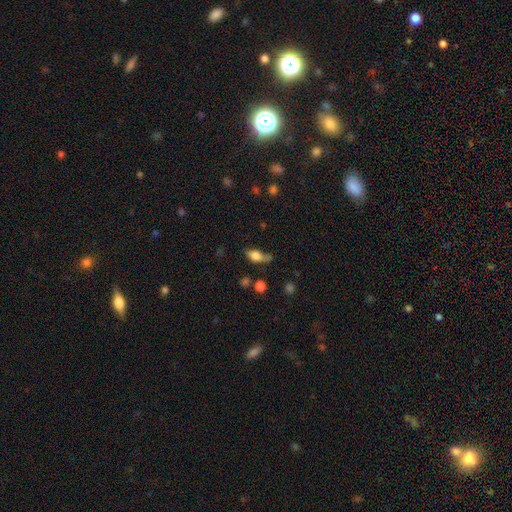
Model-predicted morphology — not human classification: Overall: smooth (72%). How rounded: in between (78%). Merging: none (43%; minor disturbance 32%).